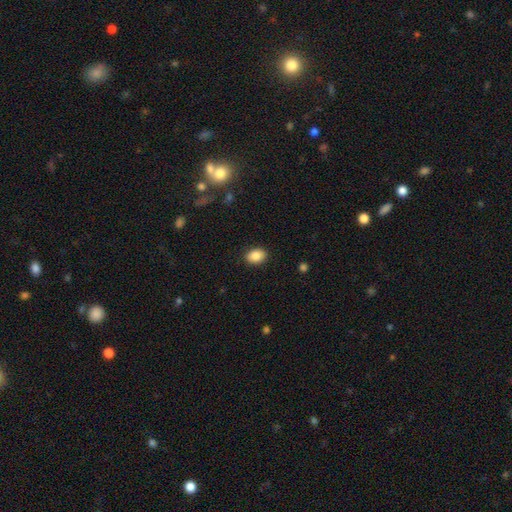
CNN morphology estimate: Smooth or featured? smooth (87%)
How rounded? in between (75%)
Merging? none (89%)